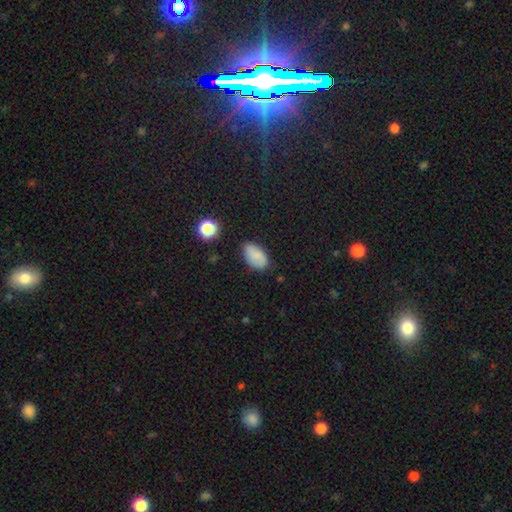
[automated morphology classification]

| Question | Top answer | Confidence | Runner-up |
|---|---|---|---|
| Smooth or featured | smooth | 78% | featured or disk (12%) |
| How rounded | in between | 92% | round (7%) |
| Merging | none | 77% | minor disturbance (17%) |